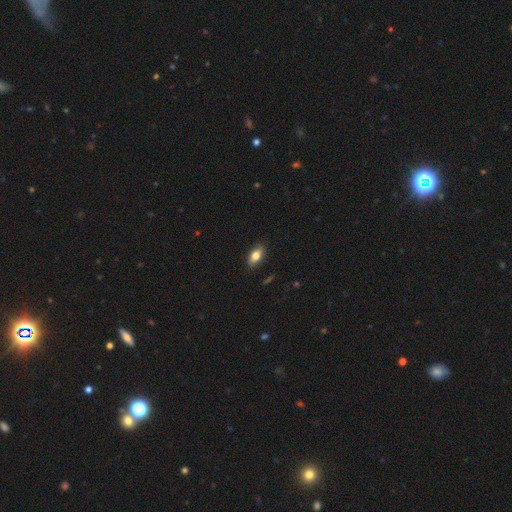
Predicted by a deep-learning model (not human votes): Smooth or featured: smooth — 79% (featured or disk — 14%)
How rounded: in between — 88% (cigar-shaped — 8%)
Merging: none — 87% (minor disturbance — 10%)